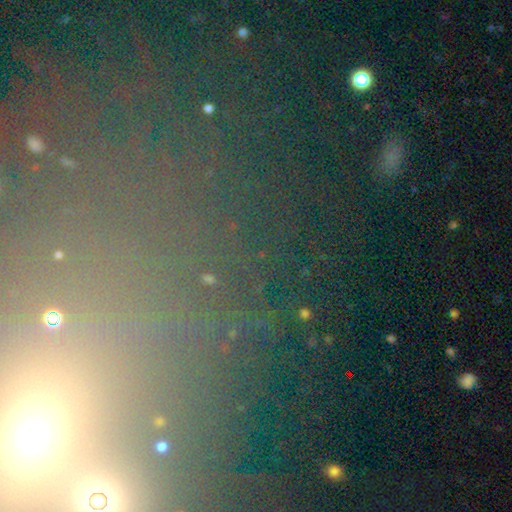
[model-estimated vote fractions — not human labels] Morphology: type=star or artifact (69%).